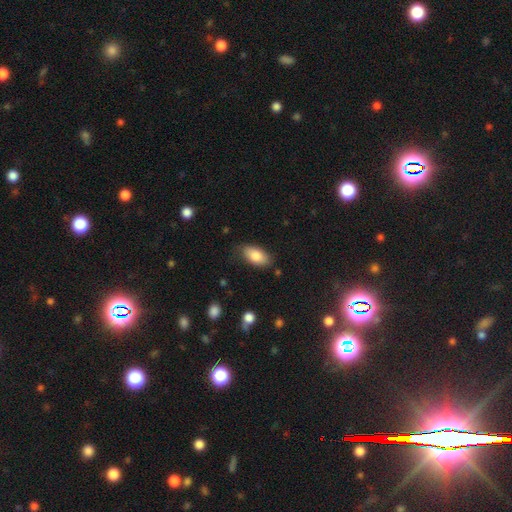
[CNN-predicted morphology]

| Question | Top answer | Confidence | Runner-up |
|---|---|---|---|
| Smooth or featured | smooth | 82% | featured or disk (11%) |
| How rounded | in between | 92% | cigar-shaped (5%) |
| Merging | none | 79% | minor disturbance (17%) |